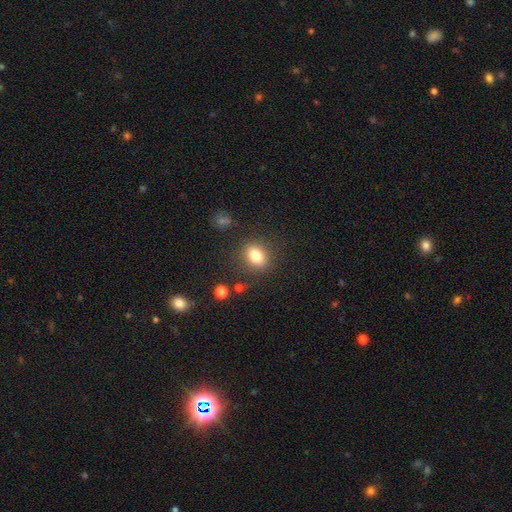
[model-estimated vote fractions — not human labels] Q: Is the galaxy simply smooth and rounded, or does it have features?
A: smooth — 81%.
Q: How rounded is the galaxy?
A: in between — 55%.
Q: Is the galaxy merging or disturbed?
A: none — 83%.